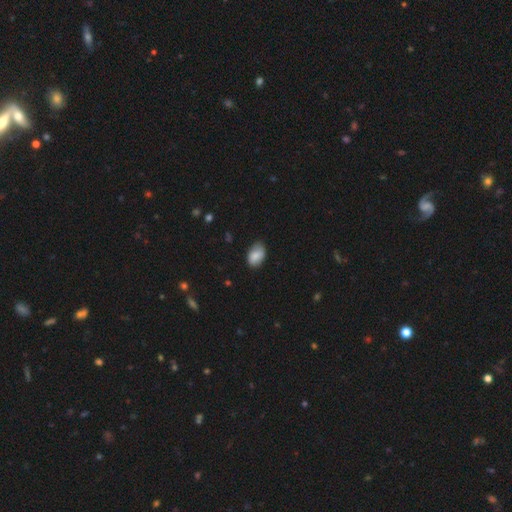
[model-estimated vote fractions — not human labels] smooth 84%, featured or disk 9%, star or artifact 7%. Down the decision tree: how rounded — in between (88%); merging — none (78%).